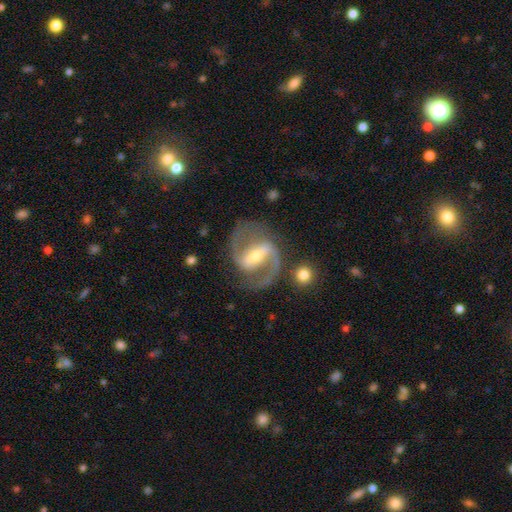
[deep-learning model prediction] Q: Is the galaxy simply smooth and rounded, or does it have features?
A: featured or disk — 92%.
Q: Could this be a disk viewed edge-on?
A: no — 98%.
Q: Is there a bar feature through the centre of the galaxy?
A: strong — 63%.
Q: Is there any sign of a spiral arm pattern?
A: yes — 97%.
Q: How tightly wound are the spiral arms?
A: medium — 64%.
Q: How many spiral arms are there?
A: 2 — 93%.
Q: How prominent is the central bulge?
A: moderate — 51%.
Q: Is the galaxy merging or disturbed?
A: none — 78%.